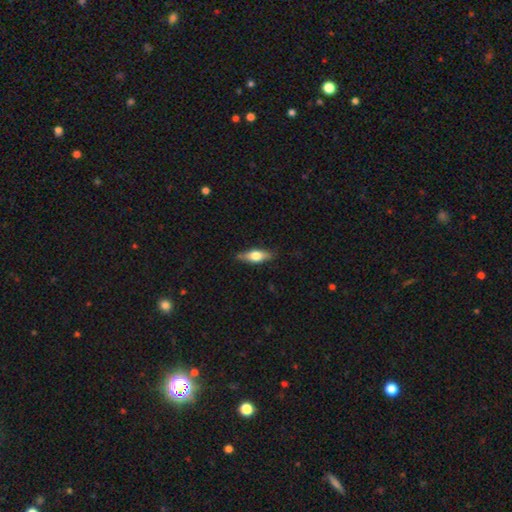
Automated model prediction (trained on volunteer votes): This appears to be a smooth galaxy with no disk features (56%) that is in between round and cigar-shaped (64%). Merging: none (81%).